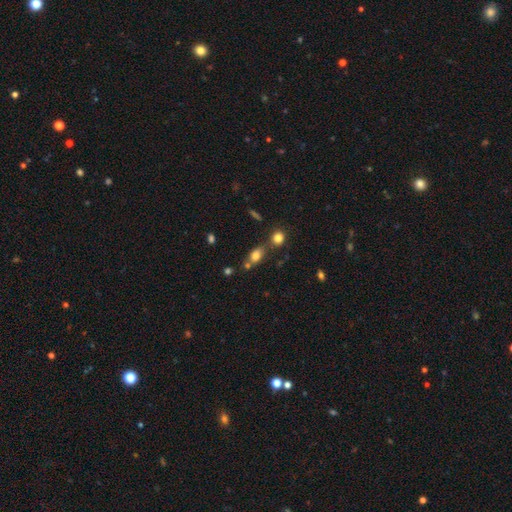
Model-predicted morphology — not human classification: Smooth or featured? smooth (75%)
How rounded? in between (67%)
Merging? none (50%)